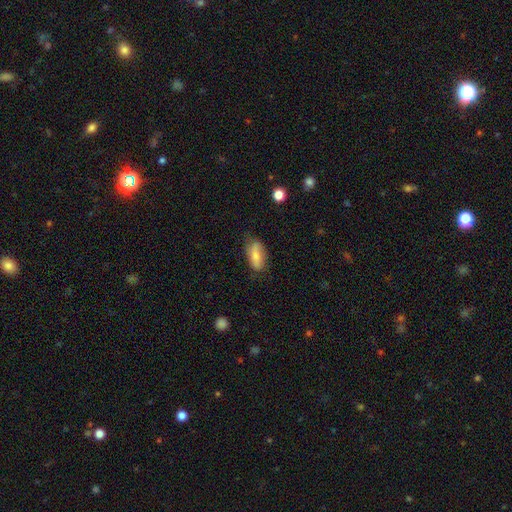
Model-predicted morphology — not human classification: smooth_or_featured: smooth (p=0.74) [alt: featured or disk p=0.19]
how_rounded: in between (p=0.86) [alt: cigar-shaped p=0.11]
merging: none (p=0.69) [alt: minor disturbance p=0.24]